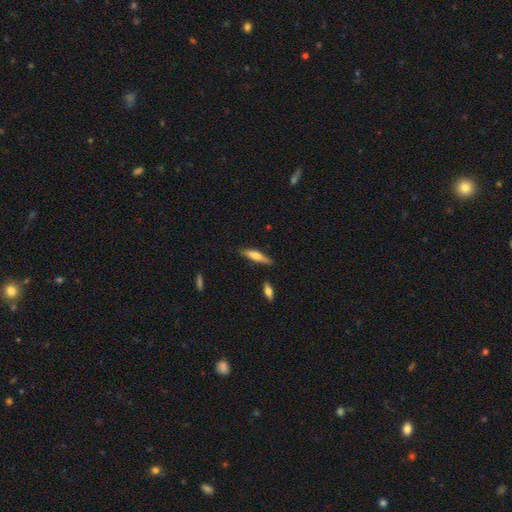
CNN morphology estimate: smooth-or-featured: smooth: 63% | featured or disk: 31% | star or artifact: 6%
  how-rounded: cigar-shaped: 75% | in between: 23% | round: 2%
  merging: none: 80% | minor disturbance: 14% | merger: 3% | major disturbance: 3%